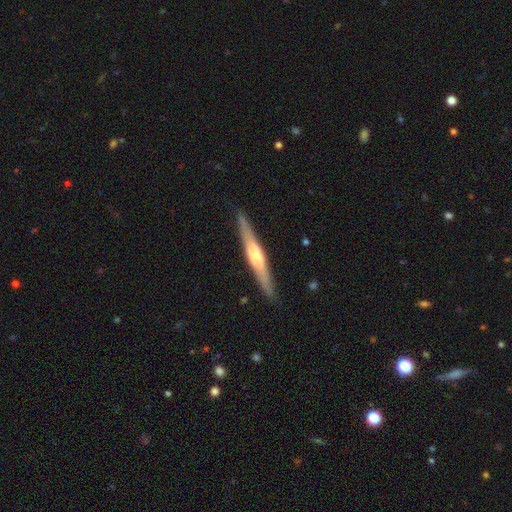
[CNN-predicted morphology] This is likely a featured or disk galaxy (69%). It is clearly viewed edge-on (96%). Edge-on bulge: likely rounded (73%). Merging: clearly none (89%).